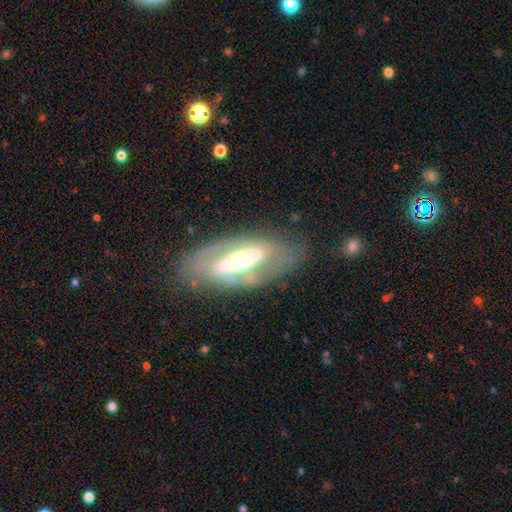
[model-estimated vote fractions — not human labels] Morphology: type=featured or disk (71%); edge-on=no (85%); bar=no (45%); spiral arms=no (56%); bulge=moderate (66%); merging=none (70%).